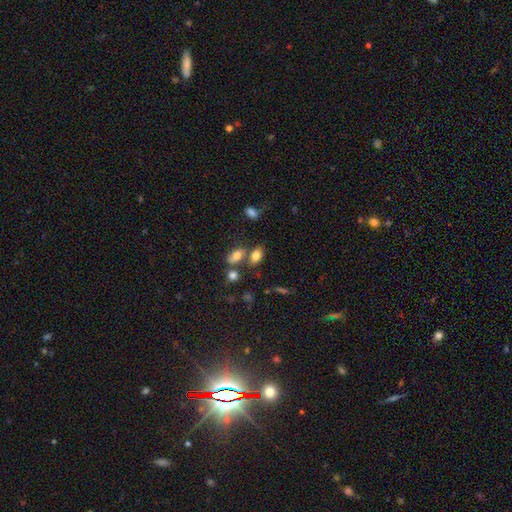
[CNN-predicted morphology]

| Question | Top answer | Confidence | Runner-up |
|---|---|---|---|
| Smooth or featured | smooth | 79% | star or artifact (11%) |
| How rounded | in between | 87% | round (10%) |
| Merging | none | 58% | merger (23%) |